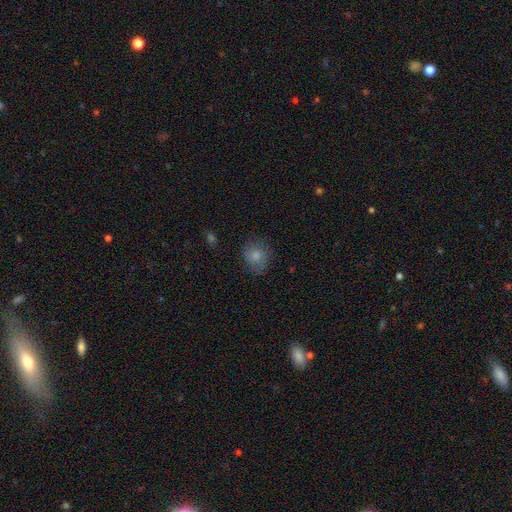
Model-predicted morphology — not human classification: Smooth or featured?
  - smooth: 79% *
  - featured or disk: 10%
  - star or artifact: 10%
How rounded?
  - round: 70% *
  - in between: 29%
  - cigar-shaped: 1%
Merging?
  - none: 73% *
  - minor disturbance: 19%
  - major disturbance: 6%
  - merger: 2%